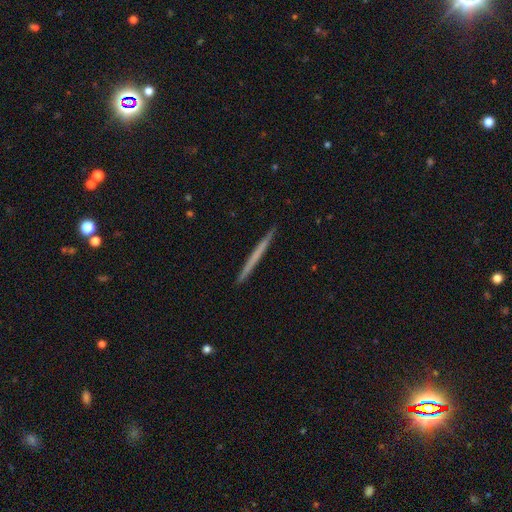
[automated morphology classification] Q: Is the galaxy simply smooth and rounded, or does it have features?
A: smooth — 50%.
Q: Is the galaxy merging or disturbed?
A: none — 93%.